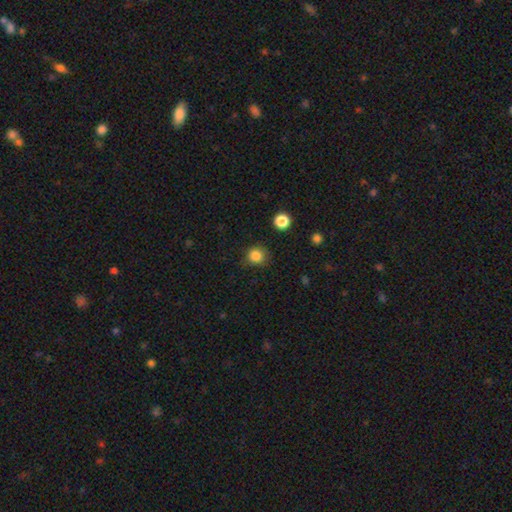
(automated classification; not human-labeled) Smooth or featured?
  - smooth: 84% *
  - star or artifact: 12%
  - featured or disk: 4%
How rounded?
  - round: 89% *
  - in between: 10%
  - cigar-shaped: 1%
Merging?
  - none: 81% *
  - minor disturbance: 13%
  - major disturbance: 4%
  - merger: 2%